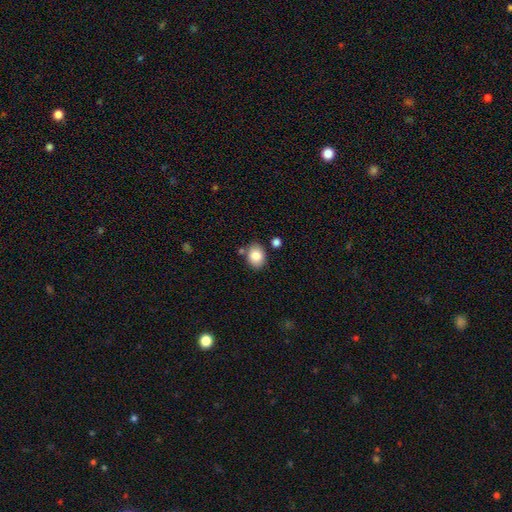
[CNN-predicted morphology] smooth 85%, star or artifact 8%, featured or disk 7%. Down the decision tree: how rounded — in between (53%); merging — none (77%).